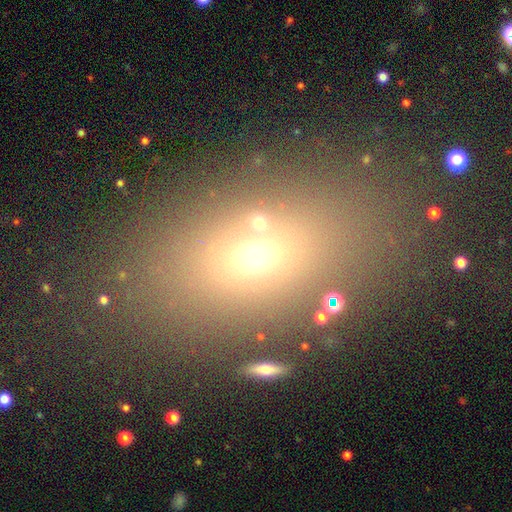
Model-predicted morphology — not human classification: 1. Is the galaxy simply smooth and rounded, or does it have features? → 62% smooth, 24% star or artifact, 14% featured or disk.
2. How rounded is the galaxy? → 73% in between, 23% round, 4% cigar-shaped.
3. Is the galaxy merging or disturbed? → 75% none, 11% minor disturbance, 8% merger, 7% major disturbance.